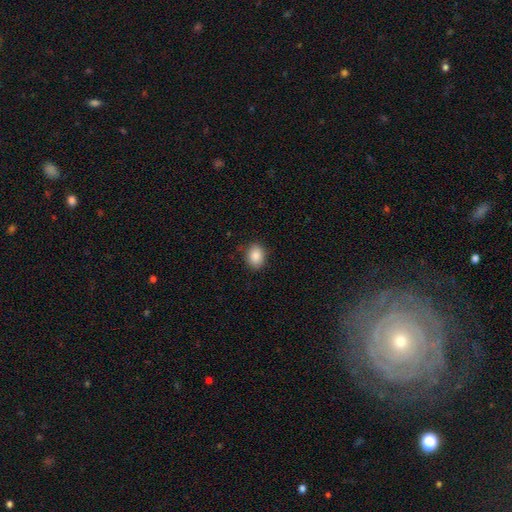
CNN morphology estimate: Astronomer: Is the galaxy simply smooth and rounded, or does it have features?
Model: smooth — 88%.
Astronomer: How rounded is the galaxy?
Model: in between — 59% (runner-up: round, 40%).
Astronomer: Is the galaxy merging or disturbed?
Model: none — 84%.